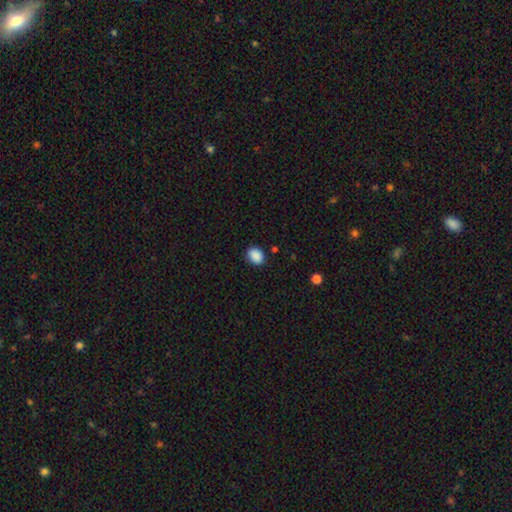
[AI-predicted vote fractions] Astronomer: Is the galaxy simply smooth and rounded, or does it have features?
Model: smooth — 89%.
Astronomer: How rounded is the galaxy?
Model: in between — 64%.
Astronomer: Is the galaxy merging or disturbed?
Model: none — 87%.